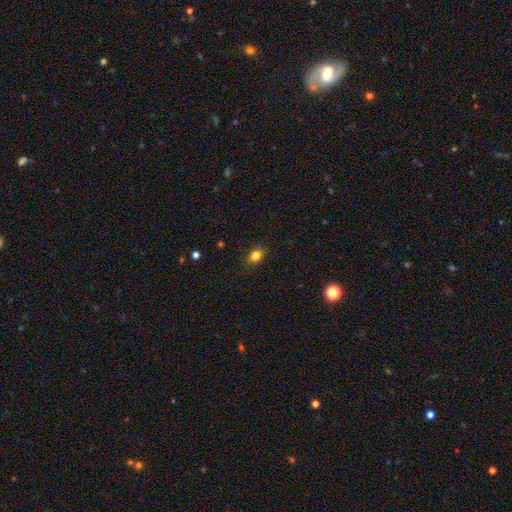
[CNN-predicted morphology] Smooth or featured? smooth (82%)
How rounded? in between (60%)
Merging? none (86%)